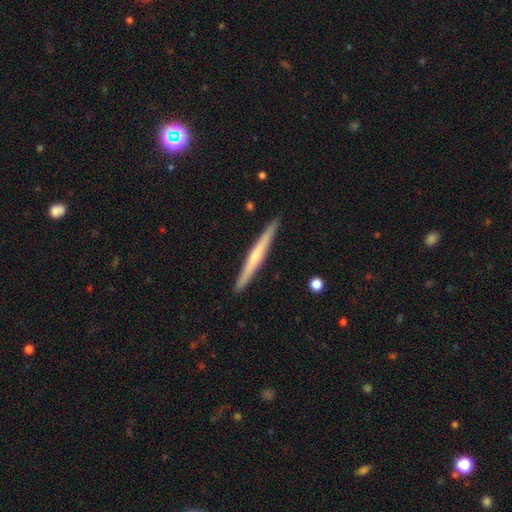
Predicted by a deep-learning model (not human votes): smooth-or-featured: featured or disk: 57% | smooth: 37% | star or artifact: 5%
  disk-edge-on: yes: 97% | no: 3%
    edge-on-bulge: rounded: 50% | none: 43% | boxy: 6%
  merging: none: 92% | minor disturbance: 6% | major disturbance: 1% | merger: 1%